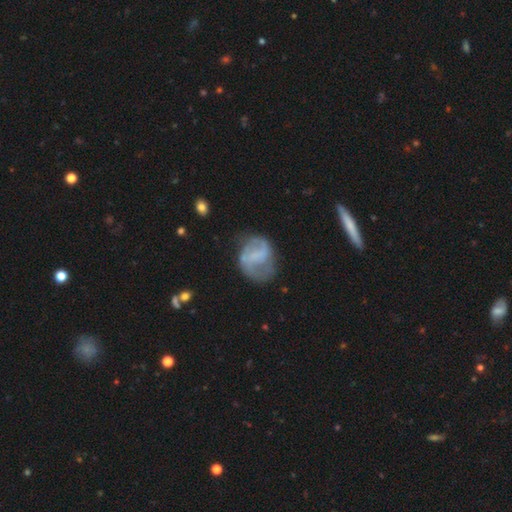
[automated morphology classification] Smooth or featured? Predicted: featured or disk (p=0.66). Edge-on disk? Predicted: no (p=0.98). Bar? Predicted: weak (p=0.42). Spiral arms? Predicted: yes (p=0.80). Spiral winding? Predicted: medium (p=0.42). Spiral arm count? Predicted: 2 (p=0.76). Bulge size? Predicted: none (p=0.60). Merging? Predicted: none (p=0.56).